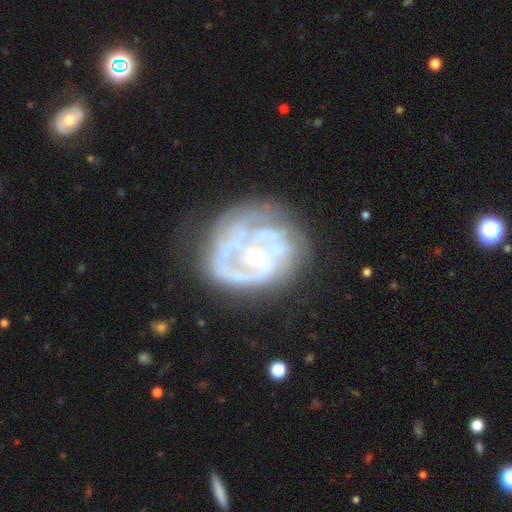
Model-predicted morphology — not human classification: Smooth or featured: featured or disk — 80% (smooth — 13%)
Edge-on disk: no — 98% (yes — 2%)
Bar: no — 69% (weak — 24%)
Spiral arms: yes — 69% (no — 31%)
Spiral winding: tight — 52% (medium — 32%)
Spiral arm count: can't tell — 41% (2 — 24%)
Bulge size: small — 67% (moderate — 24%)
Merging: none — 49% (major disturbance — 24%)